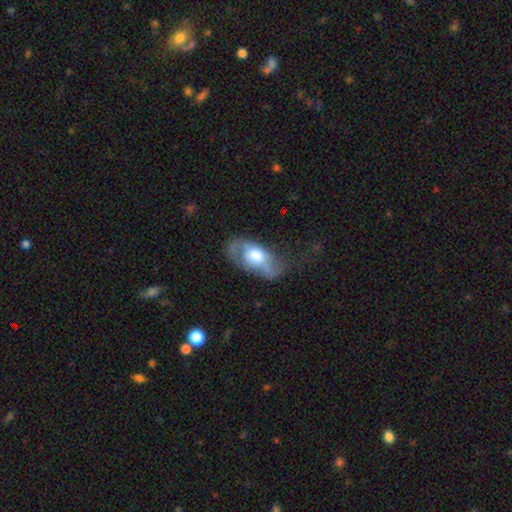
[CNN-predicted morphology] This is possibly a featured or disk galaxy (50%). It is clearly not viewed edge-on (85%). Merging: marginally none (39%).